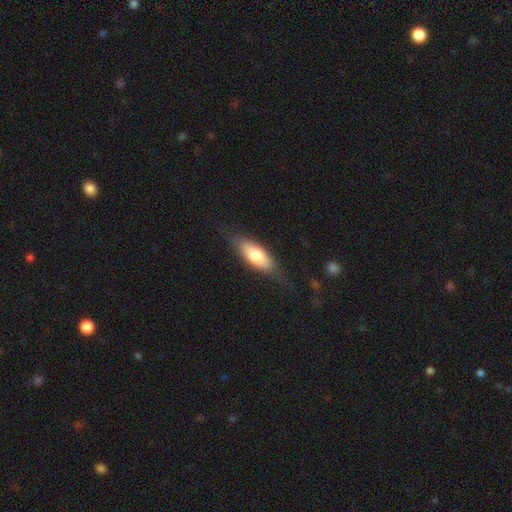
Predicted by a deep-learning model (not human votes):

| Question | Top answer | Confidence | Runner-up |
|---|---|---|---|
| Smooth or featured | smooth | 71% | featured or disk (24%) |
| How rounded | in between | 76% | cigar-shaped (21%) |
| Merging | none | 76% | minor disturbance (18%) |